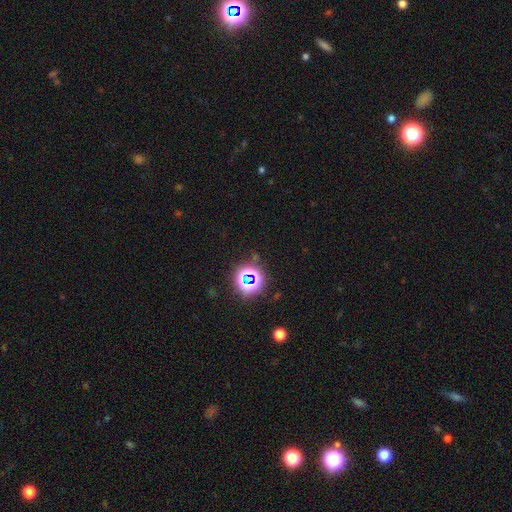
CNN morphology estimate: Overall: star or artifact (76%).